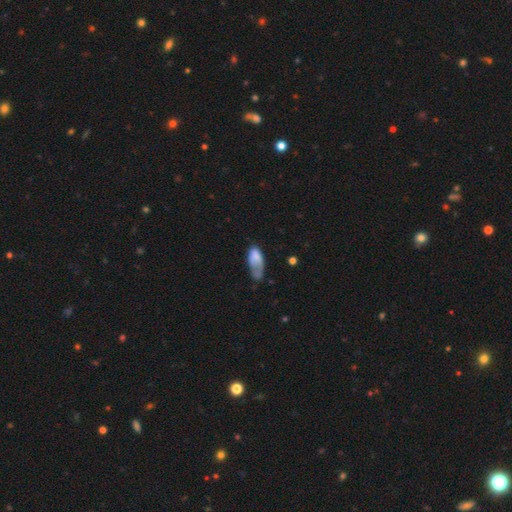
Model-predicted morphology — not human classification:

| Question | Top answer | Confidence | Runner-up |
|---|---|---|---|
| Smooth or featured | smooth | 72% | featured or disk (20%) |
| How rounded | in between | 87% | cigar-shaped (10%) |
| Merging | minor disturbance | 34% | major disturbance (32%) |